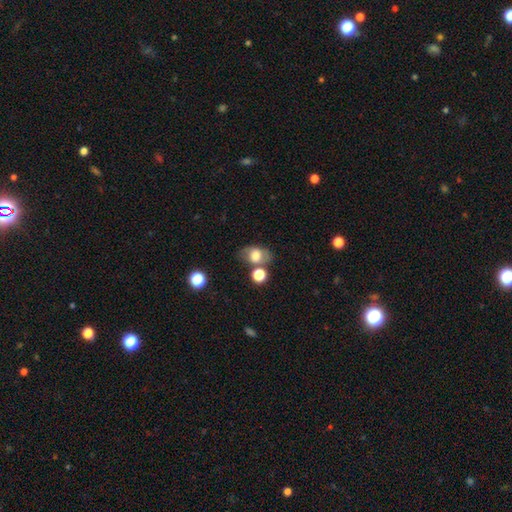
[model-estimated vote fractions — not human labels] Smooth or featured? smooth (66%)
How rounded? in between (72%)
Merging? none (59%)